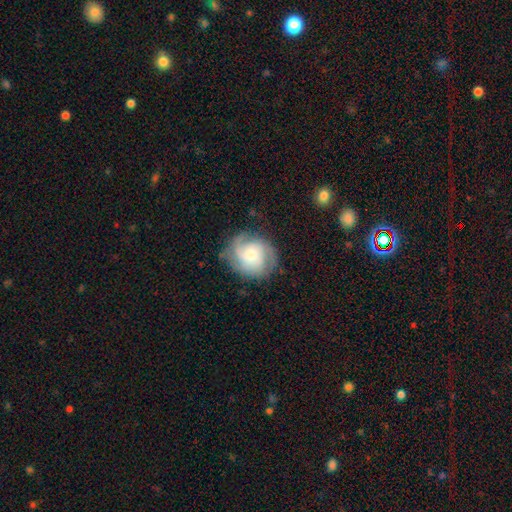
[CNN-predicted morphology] Smooth or featured? featured or disk (67%)
Edge-on disk? no (98%)
Bar? no (72%)
Spiral arms? yes (92%)
Spiral winding? tight (43%, tied with medium)
Spiral arm count? 2 (38%)
Bulge size? small (41%)
Merging? none (73%)